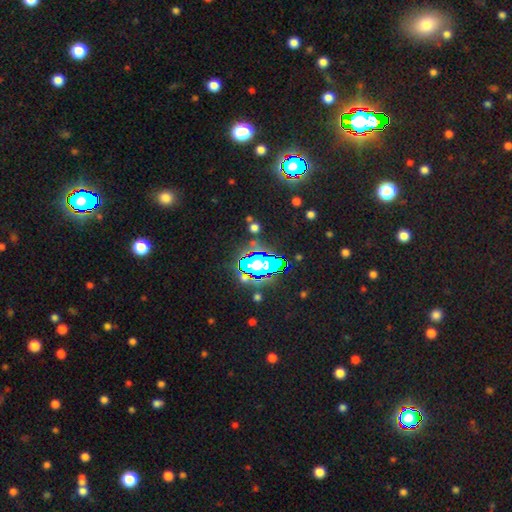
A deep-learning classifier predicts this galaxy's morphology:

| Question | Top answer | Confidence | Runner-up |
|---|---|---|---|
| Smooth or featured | star or artifact | 73% | smooth (15%) |